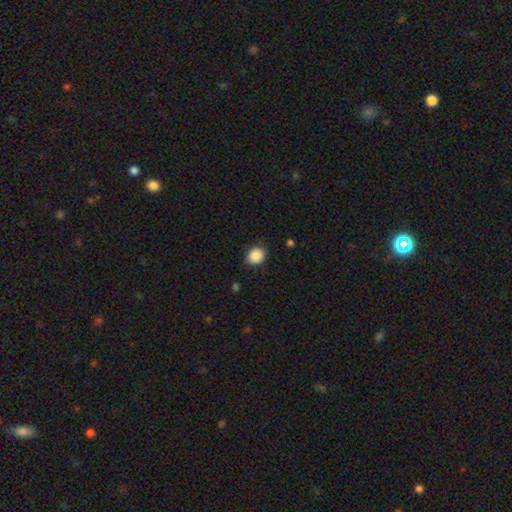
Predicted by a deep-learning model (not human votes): A smooth galaxy with no disk features (89%) that is round (64%). Merging: none (85%).